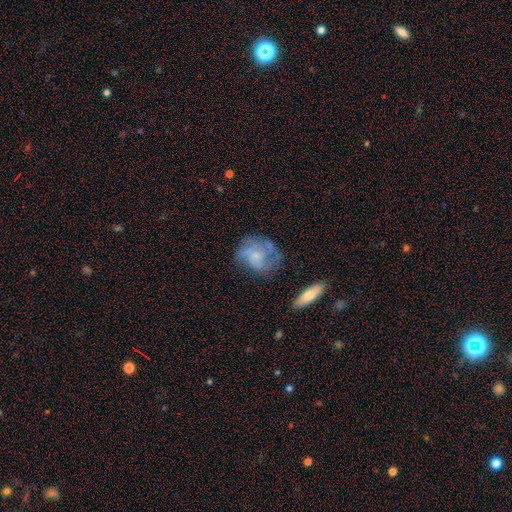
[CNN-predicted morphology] A featured or disk galaxy (57%) with no bar (79%), spiral arms (67%) and a small central bulge (59%).

Vote fractions:
- Smooth or featured? featured or disk: 57% / smooth: 35% / star or artifact: 8%
- Edge-on disk? no: 97% / yes: 3%
- Bar? no: 79% / weak: 18% / strong: 3%
- Spiral arms? yes: 67% / no: 33%
- Bulge size? small: 59% / moderate: 21% / none: 16% / large: 2% / dominant: 1%
- Merging? none: 50% / minor disturbance: 25% / major disturbance: 21% / merger: 4%